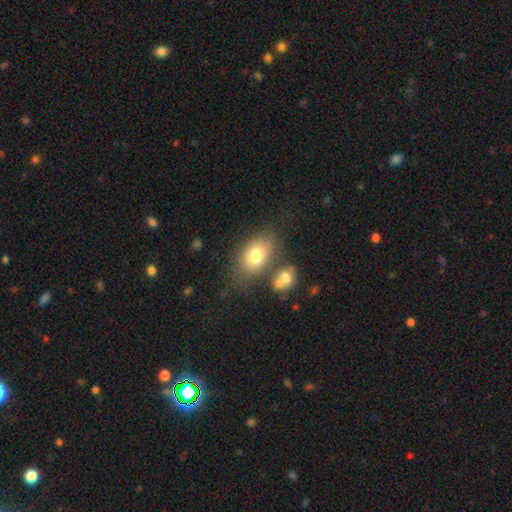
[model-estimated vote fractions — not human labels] Overall: smooth (76%). How rounded: in between (82%). Merging: none (64%).